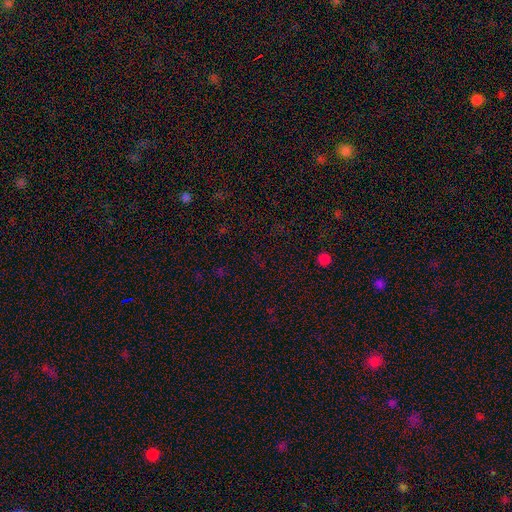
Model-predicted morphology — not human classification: Smooth or featured?
  - star or artifact: 67% *
  - smooth: 25%
  - featured or disk: 8%